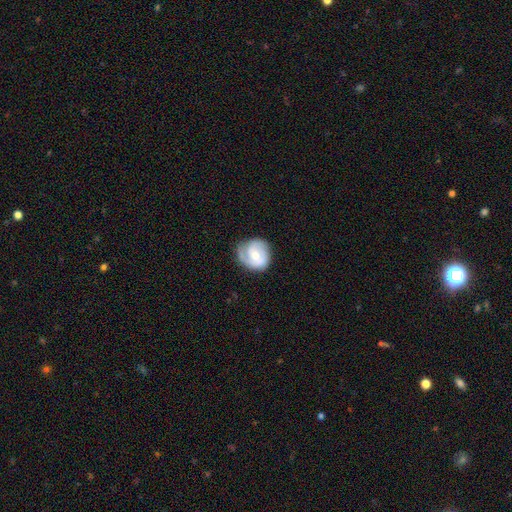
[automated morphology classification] A featured or disk galaxy (65%) with no bar (64%), 2 (44%) tight (50%) spiral arms (88%) and a moderate central bulge (57%).

Vote fractions:
- Smooth or featured? featured or disk: 65% / smooth: 29% / star or artifact: 6%
- Edge-on disk? no: 98% / yes: 2%
- Bar? no: 64% / weak: 30% / strong: 6%
- Spiral arms? yes: 88% / no: 12%
- Spiral winding? tight: 50% / medium: 36% / loose: 14%
- Spiral arm count? 2: 44% / 1: 26% / can't tell: 17% / 3: 10% / 4: 2% / more than 4: 2%
- Bulge size? moderate: 57% / small: 38% / large: 3% / none: 1% / dominant: 1%
- Merging? none: 63% / minor disturbance: 25% / major disturbance: 10% / merger: 2%